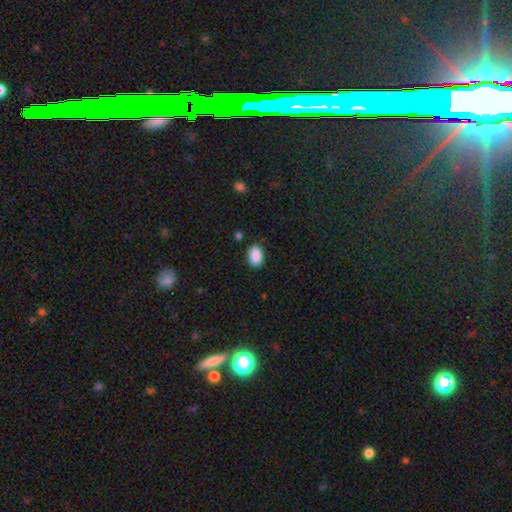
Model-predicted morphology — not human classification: Overall: smooth (89%). How rounded: in between (88%). Merging: none (83%).